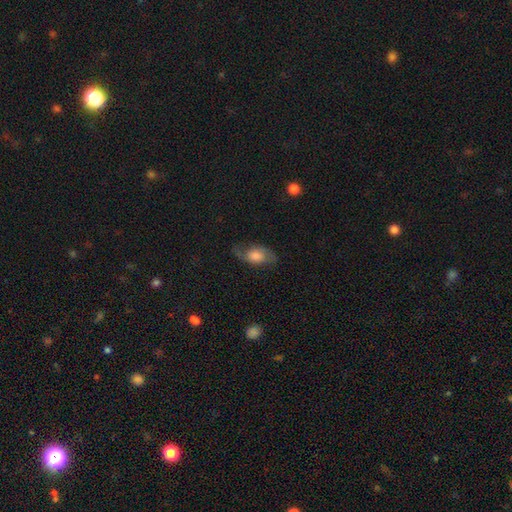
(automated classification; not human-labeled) smooth_or_featured: featured or disk (p=0.46) [tied with: smooth p=0.46]
merging: none (p=0.63) [alt: minor disturbance p=0.22]